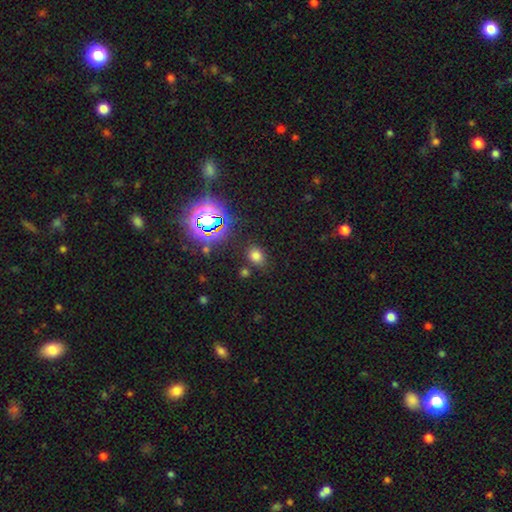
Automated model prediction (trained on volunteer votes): This appears to be a smooth galaxy with no disk features (68%) that is in between round and cigar-shaped (58%). Merging: none (80%).